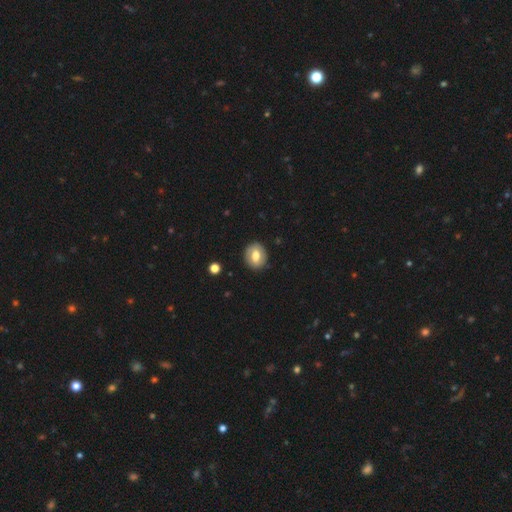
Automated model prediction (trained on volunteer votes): The model was most divided on "how rounded": round: 62%, in between: 37%, cigar-shaped: 1%. More confident: merging — none (87%); smooth or featured — smooth (63%).